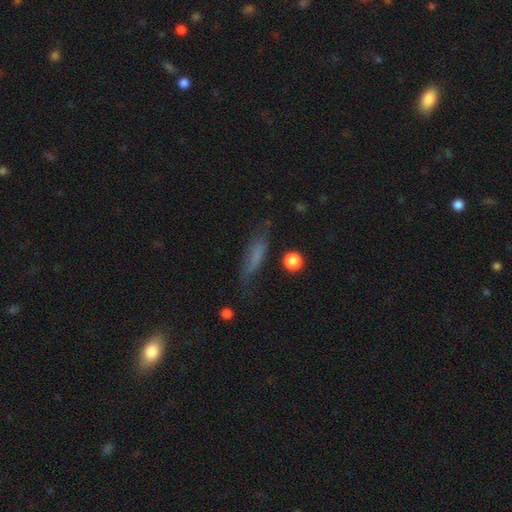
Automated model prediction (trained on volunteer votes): This is possibly a smooth galaxy (60%). How rounded: likely cigar-shaped (63%). Merging: possibly none (57%).